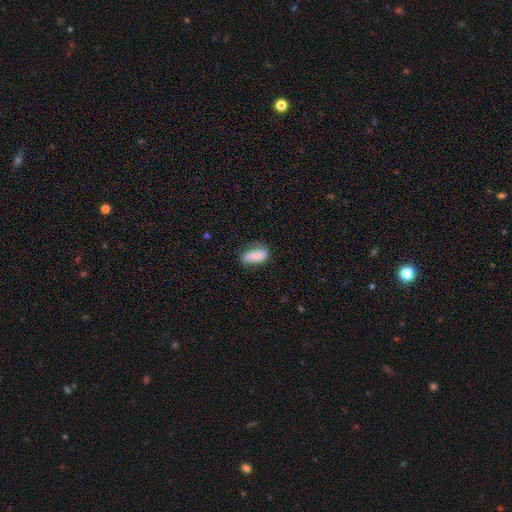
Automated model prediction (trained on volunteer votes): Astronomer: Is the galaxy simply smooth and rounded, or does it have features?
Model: smooth — 52% (runner-up: featured or disk, 40%).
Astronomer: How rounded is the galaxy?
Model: in between — 84%.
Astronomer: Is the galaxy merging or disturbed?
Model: none — 54% (runner-up: minor disturbance, 30%).